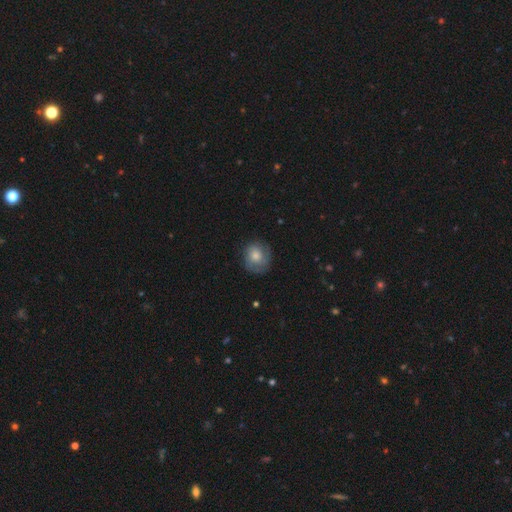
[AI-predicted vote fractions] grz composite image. It shows a smooth galaxy with no disk features (65%) that is round (81%). Merging: none (72%).